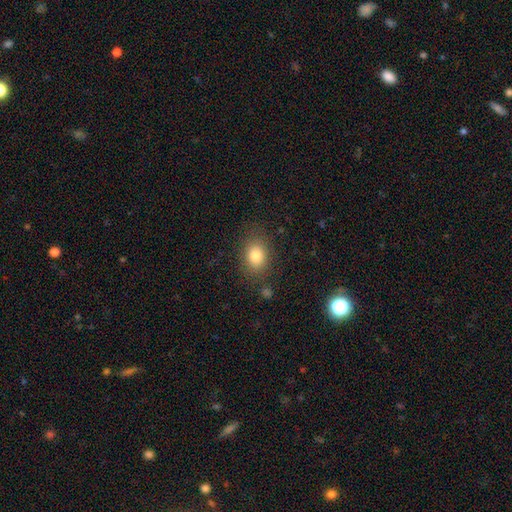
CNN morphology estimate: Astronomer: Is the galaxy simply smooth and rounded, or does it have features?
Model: smooth — 81%.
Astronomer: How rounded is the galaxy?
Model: in between — 61% (runner-up: round, 38%).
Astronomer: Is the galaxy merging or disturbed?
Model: none — 81%.